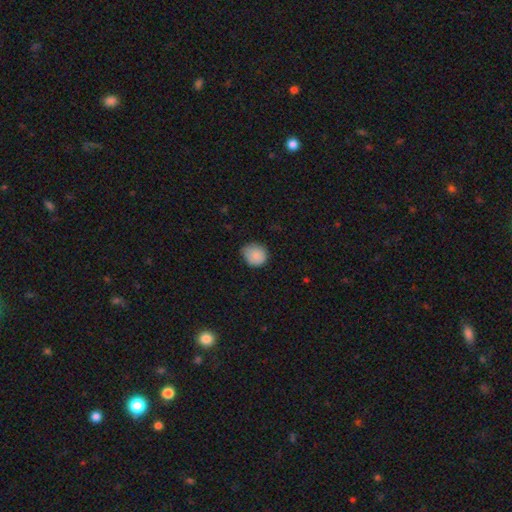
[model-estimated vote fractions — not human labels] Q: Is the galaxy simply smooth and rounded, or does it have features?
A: smooth — 86%.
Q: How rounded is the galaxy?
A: round — 78%.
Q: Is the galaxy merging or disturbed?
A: none — 60%.